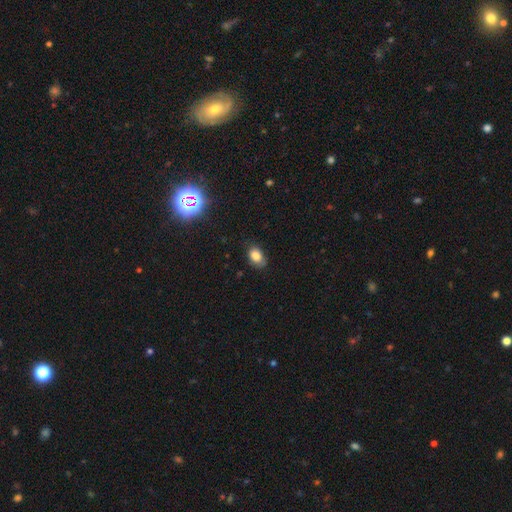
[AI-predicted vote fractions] A smooth galaxy with no disk features (81%) that is in between round and cigar-shaped (82%). Merging: none (68%).